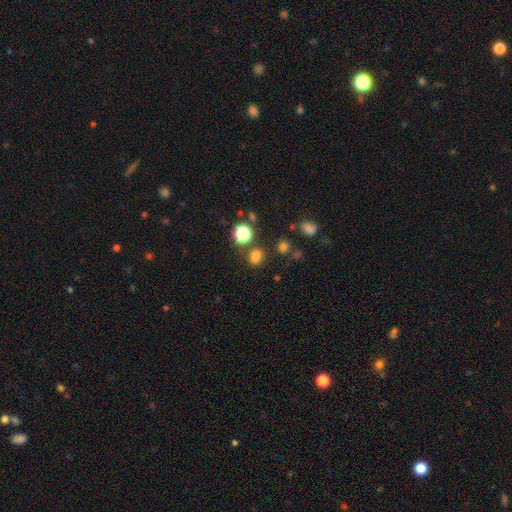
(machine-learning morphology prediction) A smooth galaxy with no disk features (67%) that is round (58%). Merging: none (66%).